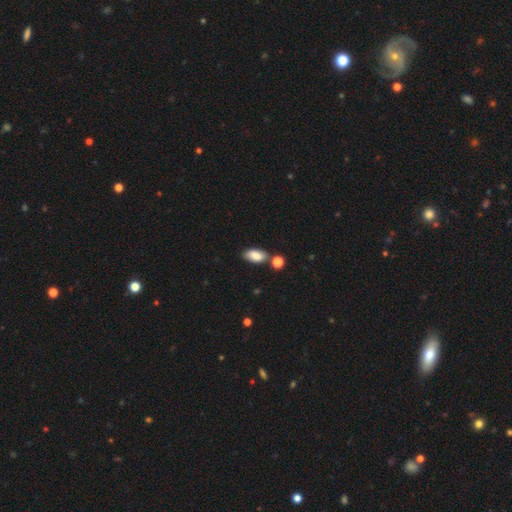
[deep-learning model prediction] smooth 84%, featured or disk 8%, star or artifact 8%. Down the decision tree: how rounded — in between (92%); merging — none (66%).